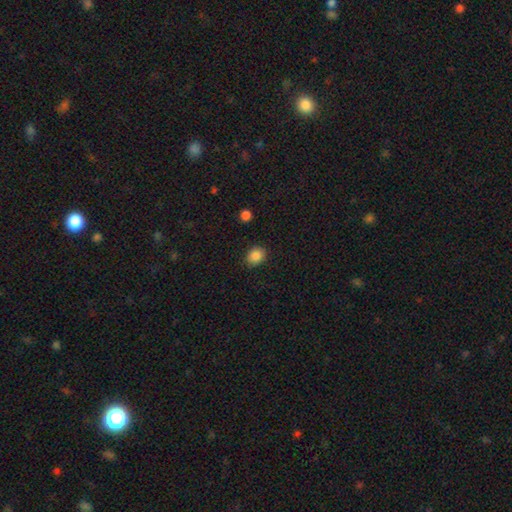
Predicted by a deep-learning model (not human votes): smooth_or_featured: smooth (p=0.87) [alt: star or artifact p=0.09]
how_rounded: round (p=0.54) [alt: in between p=0.45]
merging: none (p=0.88) [alt: minor disturbance p=0.08]